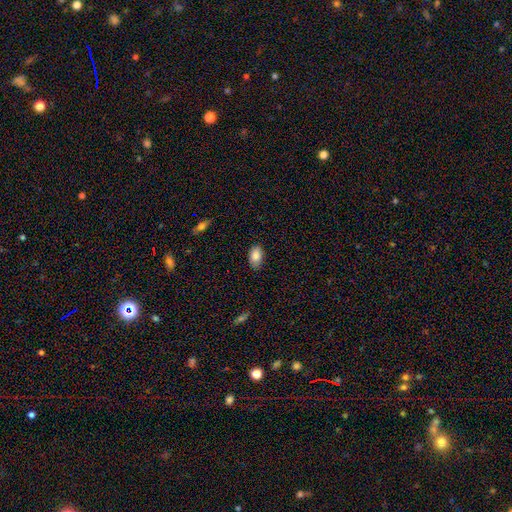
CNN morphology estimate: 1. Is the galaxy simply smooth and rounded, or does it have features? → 87% smooth, 7% star or artifact, 6% featured or disk.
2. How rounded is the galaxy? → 92% in between, 6% round, 2% cigar-shaped.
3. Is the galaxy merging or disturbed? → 83% none, 14% minor disturbance, 2% major disturbance, 1% merger.